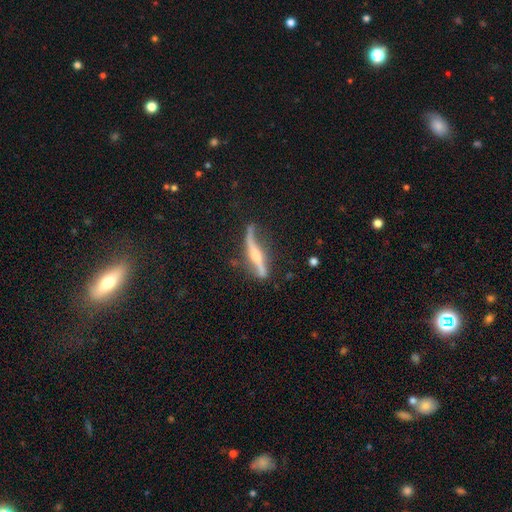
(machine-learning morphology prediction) Smooth or featured: featured or disk — 81% (smooth — 14%)
Edge-on disk: yes — 78% (no — 22%)
Edge-on bulge: rounded — 85% (boxy — 7%)
Merging: none — 59% (minor disturbance — 25%)